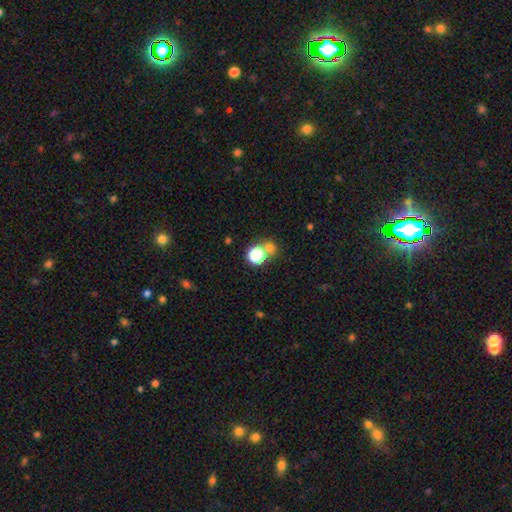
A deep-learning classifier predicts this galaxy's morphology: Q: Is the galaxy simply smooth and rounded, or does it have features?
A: smooth — 47%.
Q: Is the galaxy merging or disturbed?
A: none — 68%.